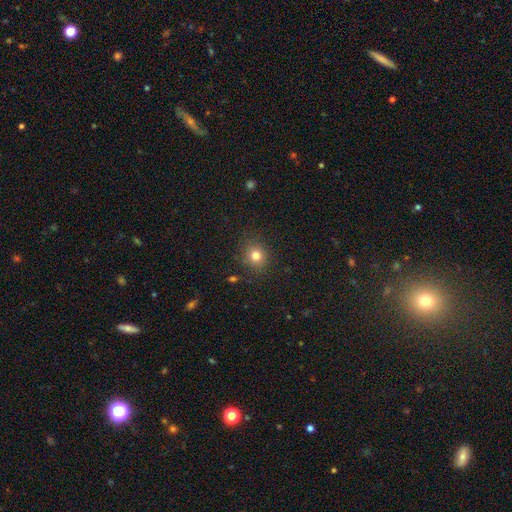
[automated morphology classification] type=smooth (79%); roundness=round (83%); merging=none (87%).